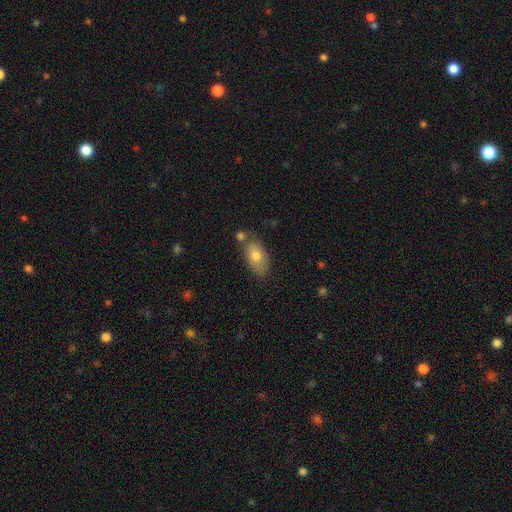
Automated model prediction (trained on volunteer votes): smooth_or_featured: smooth (p=0.75) [alt: featured or disk p=0.18]
how_rounded: in between (p=0.90) [alt: round p=0.06]
merging: none (p=0.65) [alt: minor disturbance p=0.18]